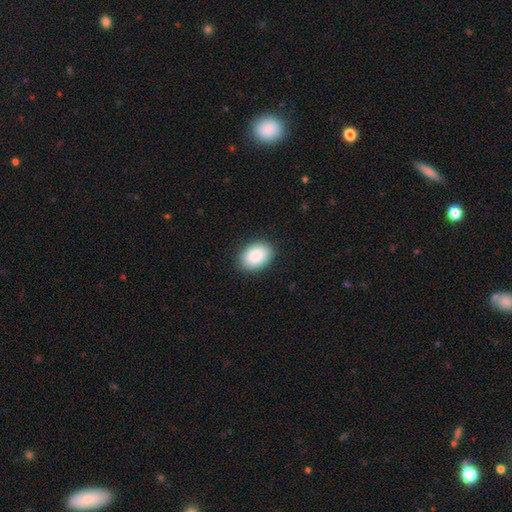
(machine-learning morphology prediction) Smooth or featured: smooth — 89% (star or artifact — 7%)
How rounded: in between — 79% (round — 20%)
Merging: none — 89% (minor disturbance — 8%)